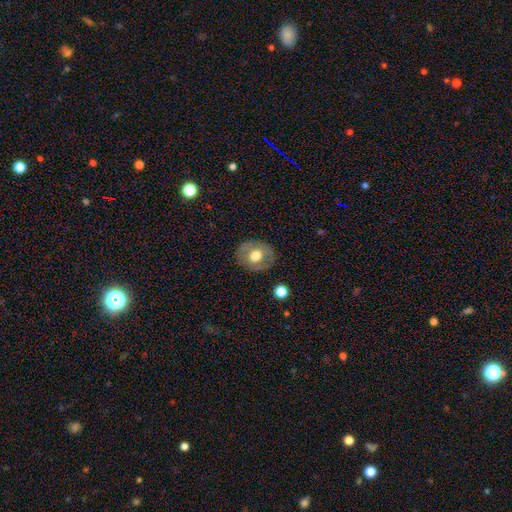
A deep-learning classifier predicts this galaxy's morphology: This appears to be a smooth galaxy with no disk features (54%) that is round (63%). Merging: none (83%).